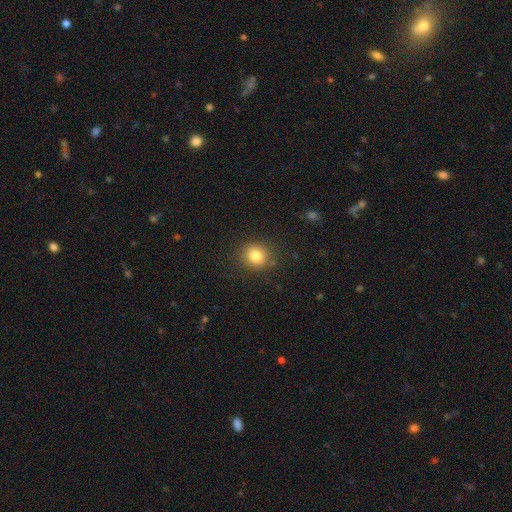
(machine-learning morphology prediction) smooth 82%, star or artifact 11%, featured or disk 6%. Down the decision tree: how rounded — round (83%); merging — none (87%).